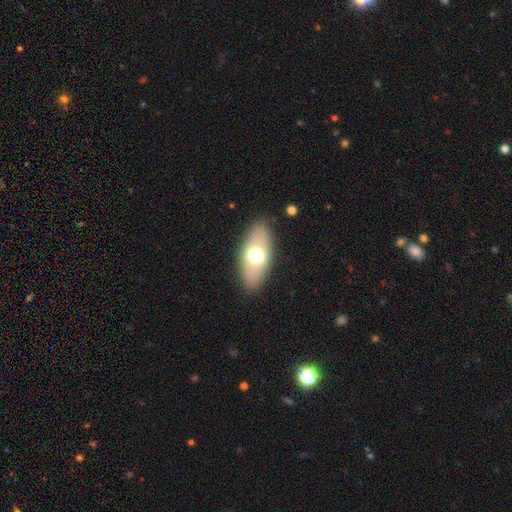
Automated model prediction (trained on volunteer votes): smooth 62%, featured or disk 30%, star or artifact 7%. Down the decision tree: how rounded — in between (87%); merging — none (86%).